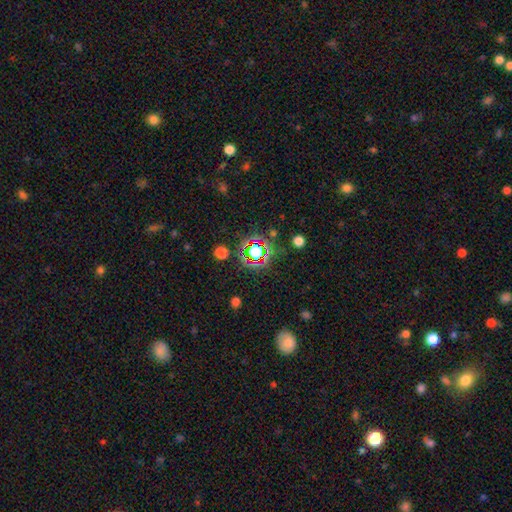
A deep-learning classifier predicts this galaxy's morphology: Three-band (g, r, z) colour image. It shows a star or artifact, not a galaxy (65%).